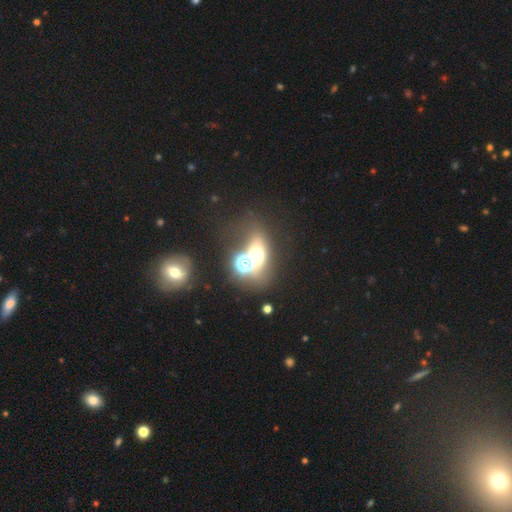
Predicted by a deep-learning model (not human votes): Smooth or featured?
  - smooth: 48% *
  - star or artifact: 35%
  - featured or disk: 18%
Merging?
  - none: 44% *
  - merger: 34%
  - minor disturbance: 11%
  - major disturbance: 11%